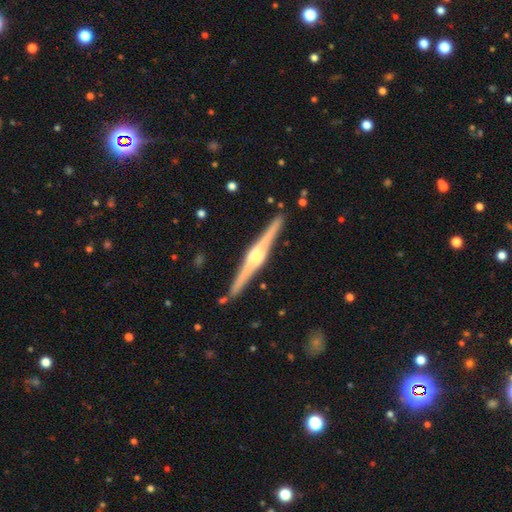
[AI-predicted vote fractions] This appears to be a featured or disk galaxy (87%) viewed edge-on (99%) with a rounded central bulge (86%). Merging: none (92%).